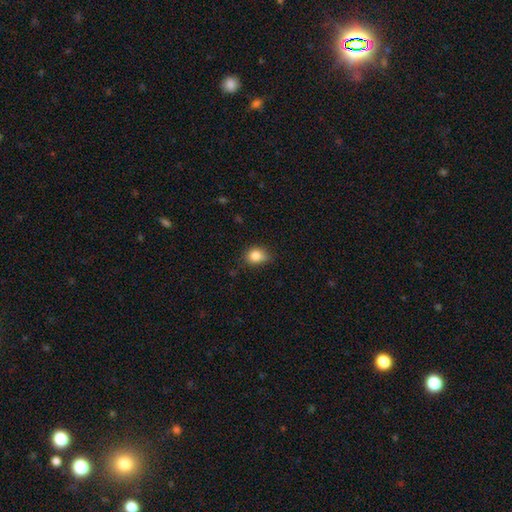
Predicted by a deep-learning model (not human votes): Smooth or featured?
  - smooth: 84% *
  - star or artifact: 10%
  - featured or disk: 6%
How rounded?
  - in between: 52% *
  - round: 47%
  - cigar-shaped: 1%
Merging?
  - none: 64% *
  - minor disturbance: 29%
  - major disturbance: 5%
  - merger: 2%